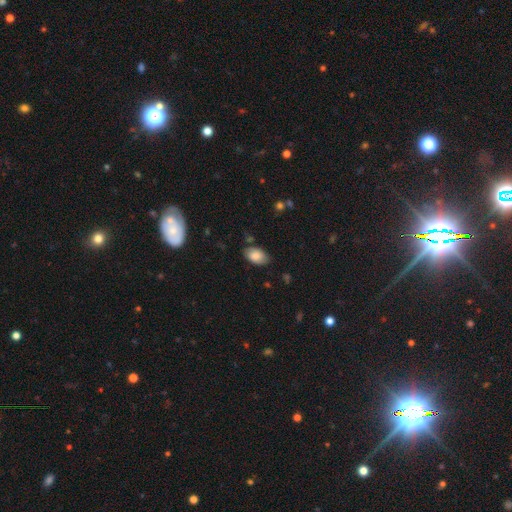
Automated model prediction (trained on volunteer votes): Overall: smooth (84%). How rounded: in between (93%). Merging: none (78%).